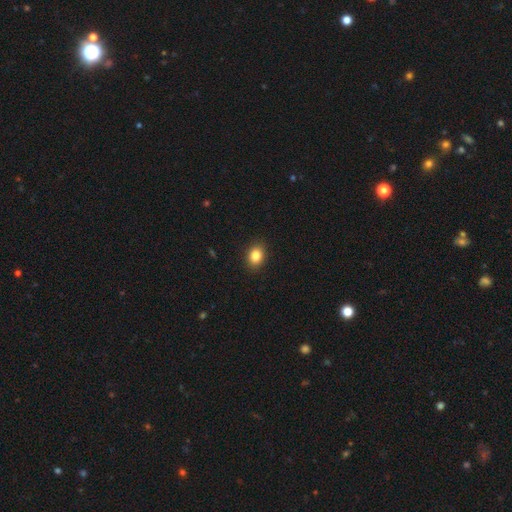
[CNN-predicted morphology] The model was most divided on "how rounded": in between: 63%, round: 36%, cigar-shaped: 1%. More confident: merging — none (90%); smooth or featured — smooth (85%).